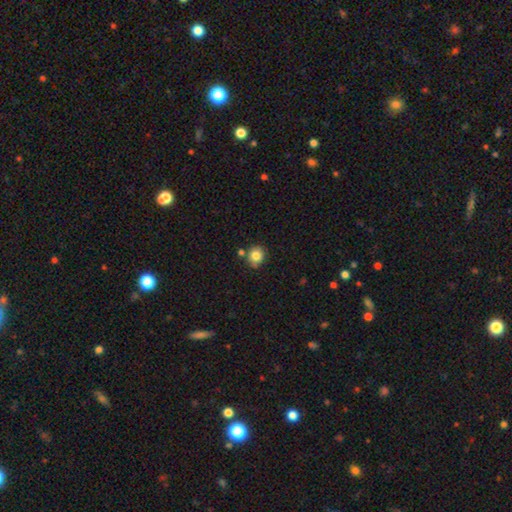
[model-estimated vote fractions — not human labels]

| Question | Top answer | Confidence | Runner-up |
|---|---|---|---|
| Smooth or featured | smooth | 83% | star or artifact (10%) |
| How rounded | round | 79% | in between (20%) |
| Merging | none | 75% | minor disturbance (13%) |